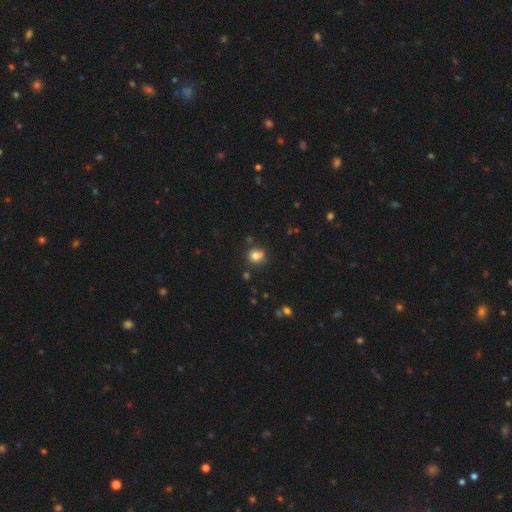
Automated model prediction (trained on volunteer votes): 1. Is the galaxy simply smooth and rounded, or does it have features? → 79% smooth, 13% star or artifact, 9% featured or disk.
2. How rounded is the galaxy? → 81% round, 18% in between, 1% cigar-shaped.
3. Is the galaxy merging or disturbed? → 66% none, 16% minor disturbance, 13% merger, 5% major disturbance.